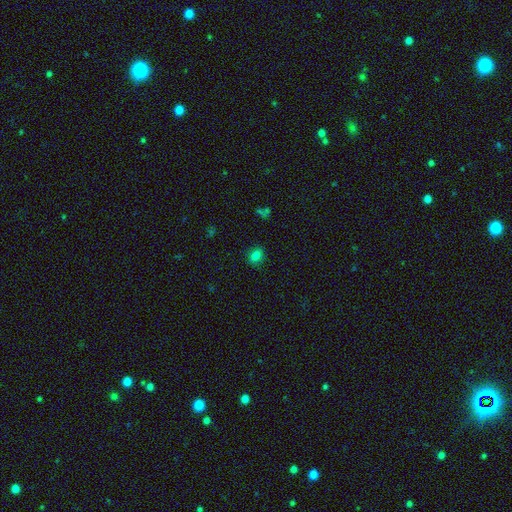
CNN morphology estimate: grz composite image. It shows a smooth galaxy with no disk features (80%) that is in between round and cigar-shaped (51%). Merging: none (87%).